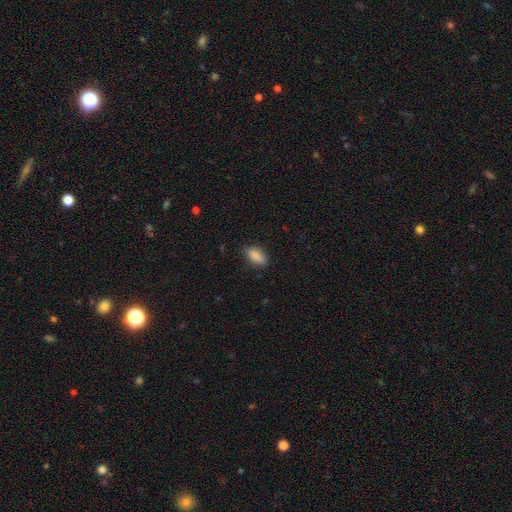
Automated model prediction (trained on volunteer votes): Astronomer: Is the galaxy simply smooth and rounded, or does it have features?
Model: smooth — 86%.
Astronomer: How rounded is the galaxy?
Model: in between — 83%.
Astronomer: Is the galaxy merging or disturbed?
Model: none — 79%.